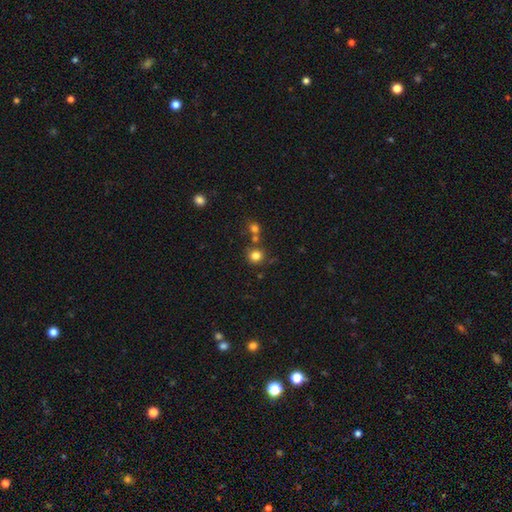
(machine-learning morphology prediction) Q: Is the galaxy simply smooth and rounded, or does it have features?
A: smooth — 79%.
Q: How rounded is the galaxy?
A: round — 91%.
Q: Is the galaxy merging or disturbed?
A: none — 73%.